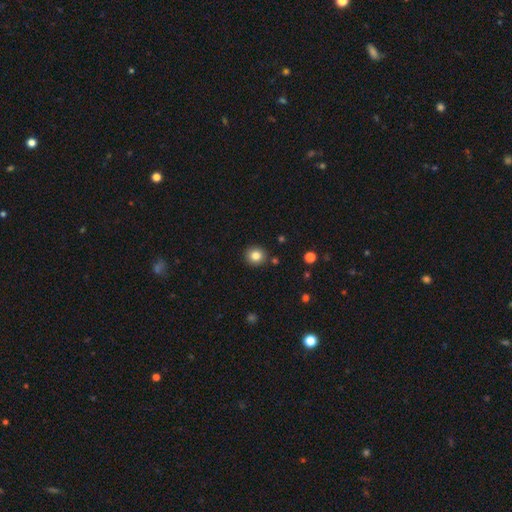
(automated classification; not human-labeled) Smooth or featured?
  - smooth: 82% *
  - star or artifact: 11%
  - featured or disk: 7%
How rounded?
  - round: 90% *
  - in between: 9%
  - cigar-shaped: 1%
Merging?
  - none: 89% *
  - minor disturbance: 6%
  - merger: 3%
  - major disturbance: 2%